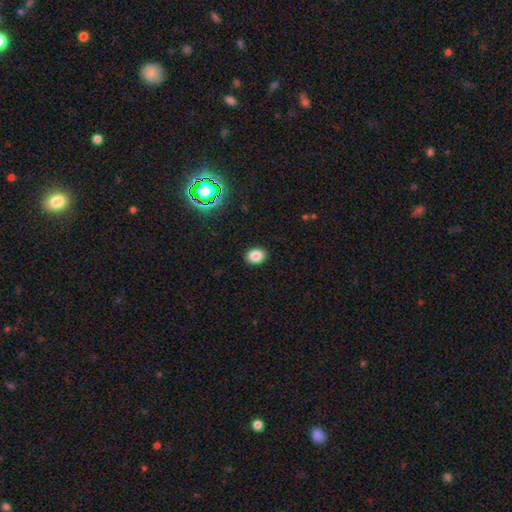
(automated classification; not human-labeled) Smooth or featured? Predicted: smooth (p=0.86). How rounded? Predicted: in between (p=0.63). Merging? Predicted: none (p=0.90).